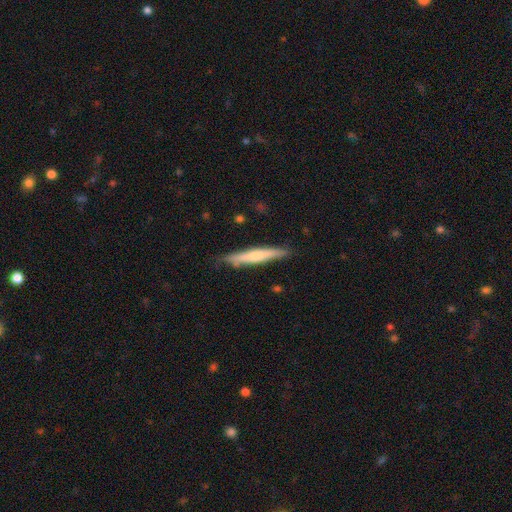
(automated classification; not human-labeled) Overall: smooth (51%; featured or disk 43%). How rounded: cigar-shaped (93%). Merging: none (82%).